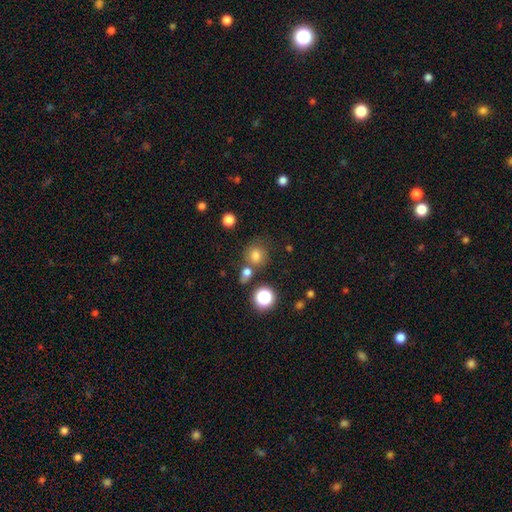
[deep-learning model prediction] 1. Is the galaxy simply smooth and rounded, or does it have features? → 76% smooth, 17% star or artifact, 8% featured or disk.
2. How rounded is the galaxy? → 83% round, 16% in between, 1% cigar-shaped.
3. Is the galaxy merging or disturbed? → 67% none, 17% merger, 11% minor disturbance, 5% major disturbance.